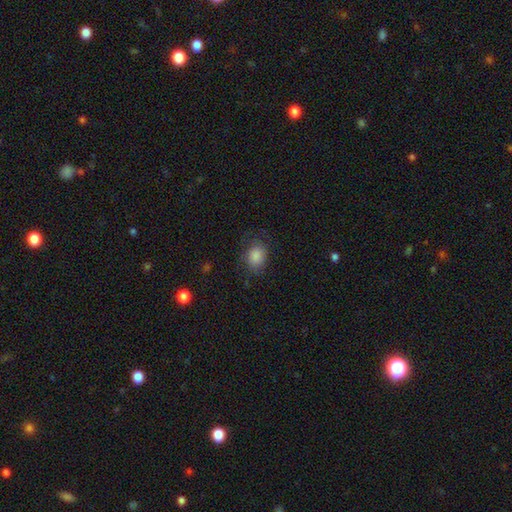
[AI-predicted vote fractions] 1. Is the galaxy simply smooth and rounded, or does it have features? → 83% smooth, 10% star or artifact, 8% featured or disk.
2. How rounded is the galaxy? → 54% in between, 45% round, 1% cigar-shaped.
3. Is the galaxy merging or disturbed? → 72% none, 19% minor disturbance, 8% major disturbance, 1% merger.